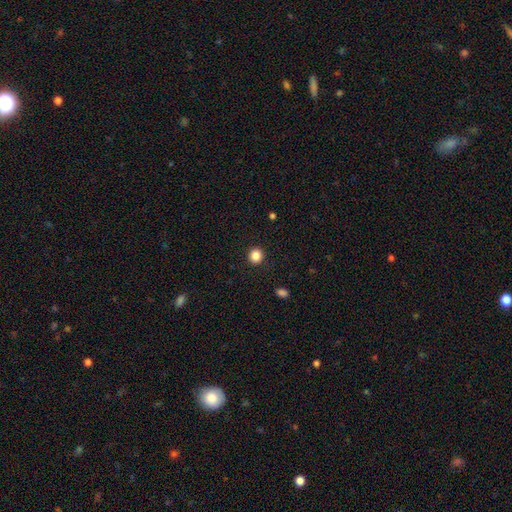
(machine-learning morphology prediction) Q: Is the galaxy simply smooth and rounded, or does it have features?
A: smooth — 85%.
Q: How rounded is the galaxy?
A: round — 90%.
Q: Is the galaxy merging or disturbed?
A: none — 92%.